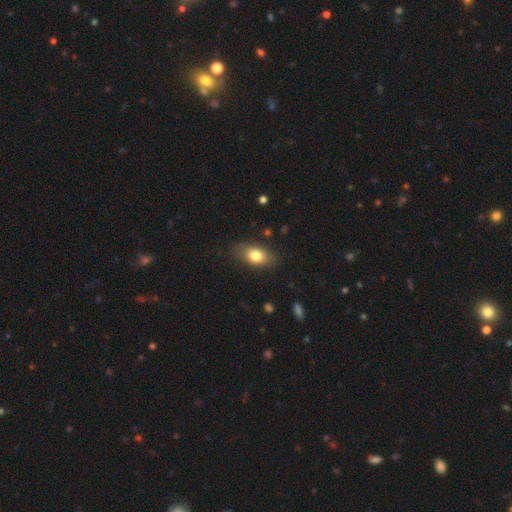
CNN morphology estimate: smooth-or-featured: smooth: 80% | featured or disk: 12% | star or artifact: 8%
  how-rounded: in between: 86% | round: 10% | cigar-shaped: 4%
  merging: none: 81% | minor disturbance: 14% | major disturbance: 4% | merger: 1%